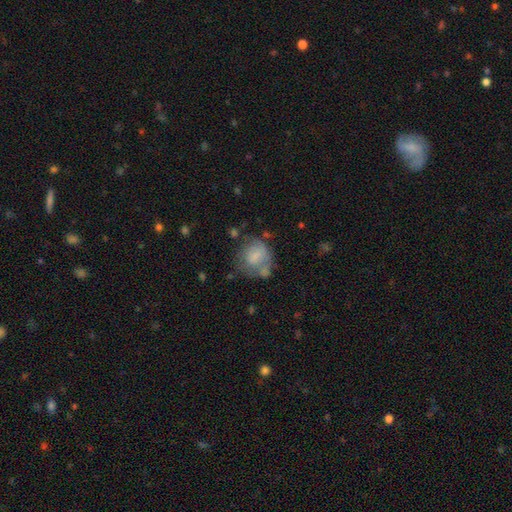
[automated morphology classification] Smooth or featured?
  - smooth: 62% *
  - featured or disk: 29%
  - star or artifact: 9%
How rounded?
  - round: 70% *
  - in between: 29%
  - cigar-shaped: 1%
Merging?
  - none: 38% *
  - minor disturbance: 26%
  - major disturbance: 25%
  - merger: 12%